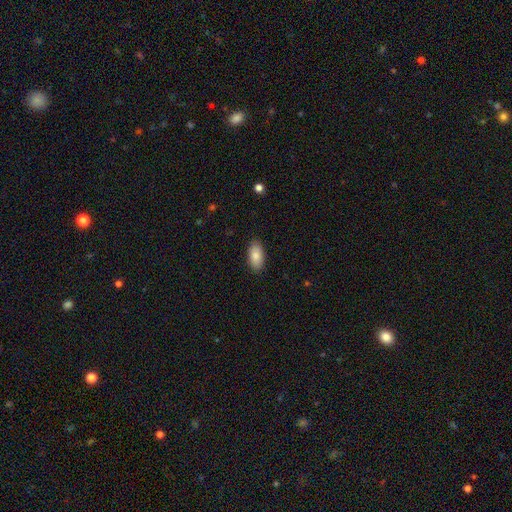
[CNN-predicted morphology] Smooth or featured: smooth — 85% (featured or disk — 9%)
How rounded: in between — 93% (cigar-shaped — 4%)
Merging: none — 88% (minor disturbance — 9%)